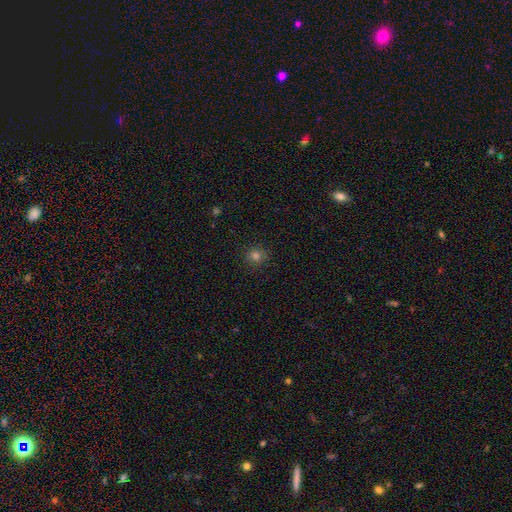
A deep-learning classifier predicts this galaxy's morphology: smooth_or_featured: smooth (p=0.76) [alt: star or artifact p=0.18]
how_rounded: round (p=0.93) [alt: in between p=0.06]
merging: none (p=0.91) [alt: minor disturbance p=0.06]